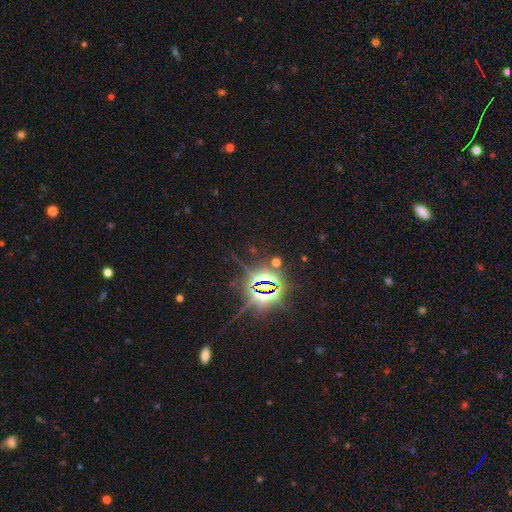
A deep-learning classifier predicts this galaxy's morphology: Smooth or featured? star or artifact (85%)